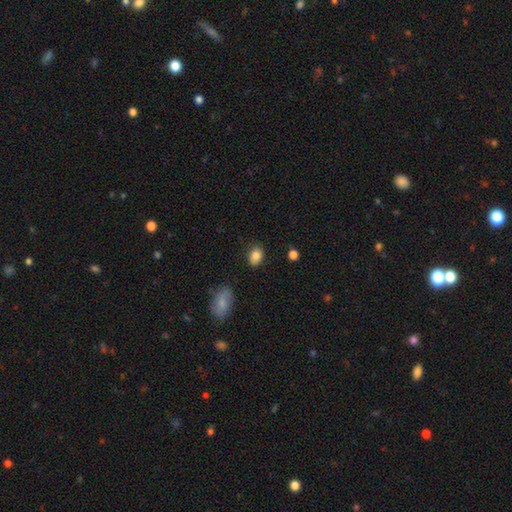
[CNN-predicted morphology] Smooth or featured: smooth — 85% (star or artifact — 9%)
How rounded: in between — 69% (round — 30%)
Merging: none — 81% (minor disturbance — 14%)